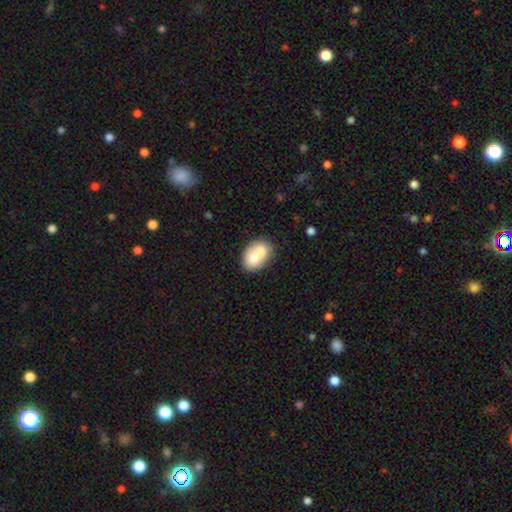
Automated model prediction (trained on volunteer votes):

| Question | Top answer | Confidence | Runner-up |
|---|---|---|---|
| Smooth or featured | smooth | 67% | featured or disk (26%) |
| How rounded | in between | 70% | round (29%) |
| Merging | merger | 52% | none (33%) |